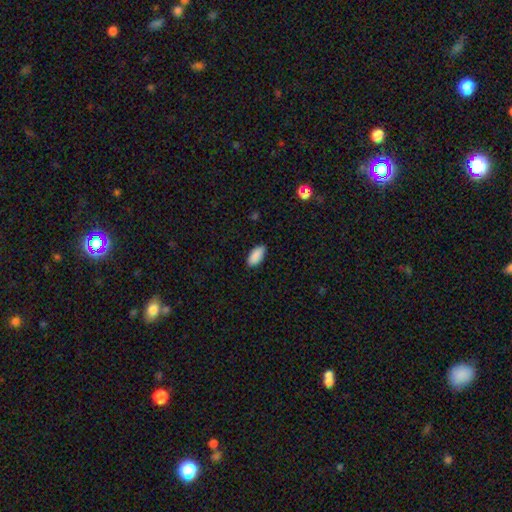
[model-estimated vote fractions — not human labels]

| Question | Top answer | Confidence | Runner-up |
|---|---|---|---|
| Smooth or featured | smooth | 90% | star or artifact (6%) |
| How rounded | in between | 92% | cigar-shaped (6%) |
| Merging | none | 84% | minor disturbance (13%) |